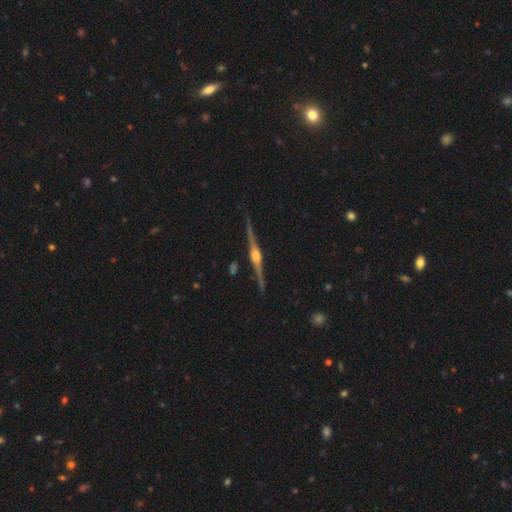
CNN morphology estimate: type=featured or disk (89%); edge-on=yes (98%); edge-on bulge=rounded (91%); merging=none (89%).